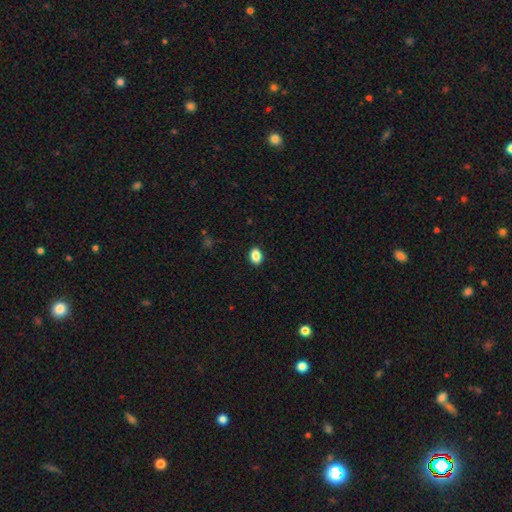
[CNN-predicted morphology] Smooth or featured?
  - smooth: 87% *
  - star or artifact: 9%
  - featured or disk: 4%
How rounded?
  - in between: 76% *
  - round: 23%
  - cigar-shaped: 1%
Merging?
  - none: 90% *
  - minor disturbance: 8%
  - major disturbance: 2%
  - merger: 1%